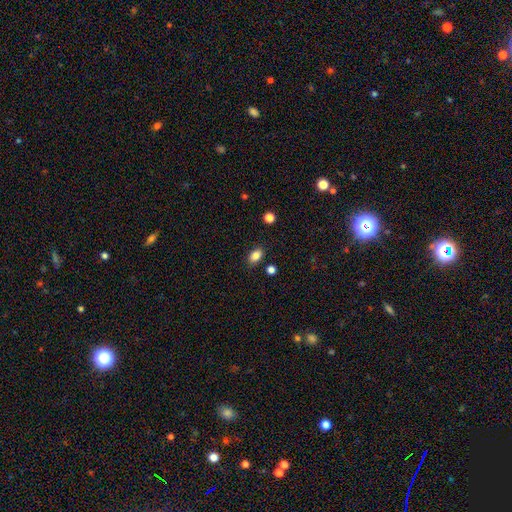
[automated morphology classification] Smooth or featured? smooth (84%)
How rounded? in between (85%)
Merging? none (82%)